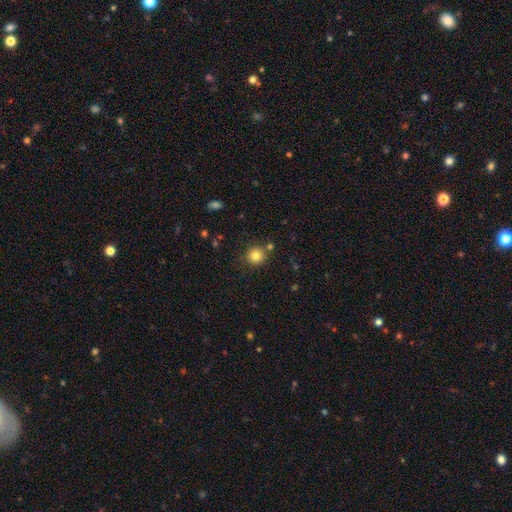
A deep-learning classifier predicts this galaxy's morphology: Overall: smooth (82%). How rounded: round (93%). Merging: none (82%).